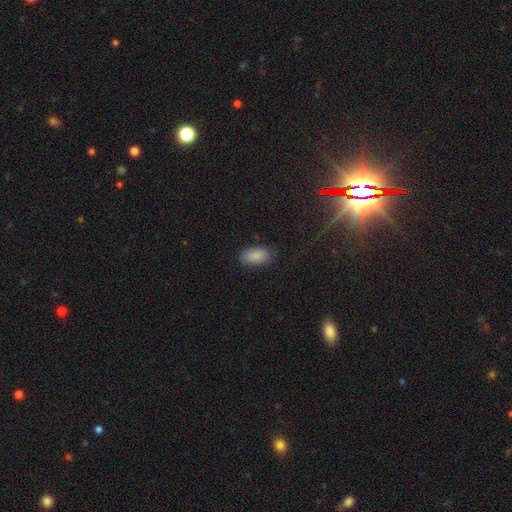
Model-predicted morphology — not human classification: A smooth galaxy with no disk features (88%) that is in between round and cigar-shaped (93%).

Vote fractions:
- Smooth or featured? smooth: 88% / star or artifact: 8% / featured or disk: 4%
- How rounded? in between: 93% / round: 5% / cigar-shaped: 3%
- Merging? none: 84% / minor disturbance: 12% / major disturbance: 3% / merger: 1%